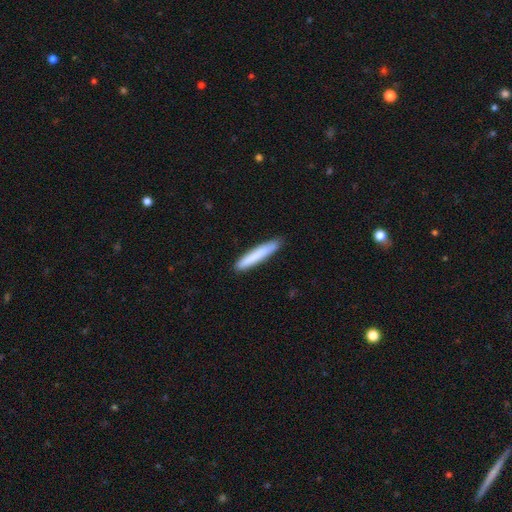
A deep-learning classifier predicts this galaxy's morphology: Overall: smooth (82%). How rounded: cigar-shaped (94%). Merging: none (89%).